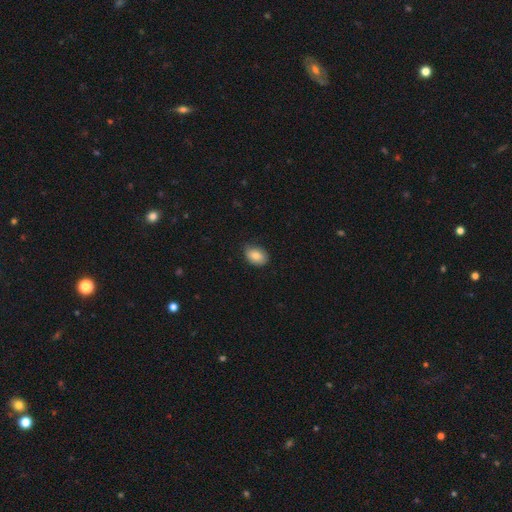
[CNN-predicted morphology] The model was most divided on "merging": none: 76%, minor disturbance: 20%, major disturbance: 3%, merger: 1%. More confident: smooth or featured — smooth (83%); how rounded — in between (78%).